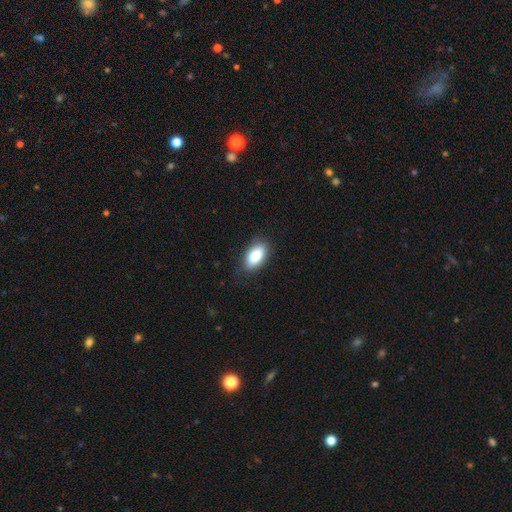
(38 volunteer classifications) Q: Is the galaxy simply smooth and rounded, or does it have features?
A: smooth — 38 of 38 (100%).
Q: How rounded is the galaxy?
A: in between — 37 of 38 (97%).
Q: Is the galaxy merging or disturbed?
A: none — 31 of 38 (82%).